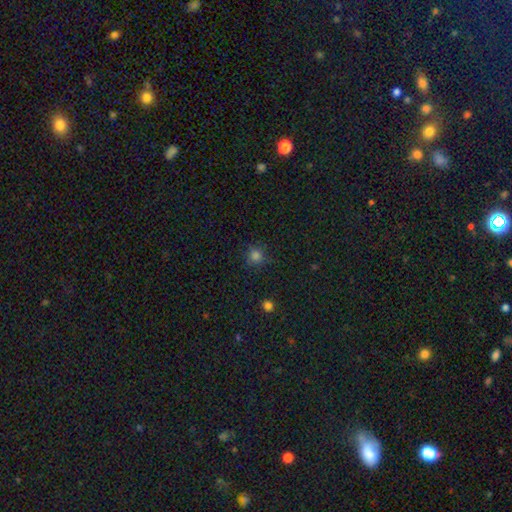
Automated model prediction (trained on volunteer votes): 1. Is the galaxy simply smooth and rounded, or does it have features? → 79% smooth, 16% star or artifact, 5% featured or disk.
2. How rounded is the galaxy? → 92% round, 7% in between, 1% cigar-shaped.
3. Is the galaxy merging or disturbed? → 83% none, 12% minor disturbance, 3% major disturbance, 2% merger.